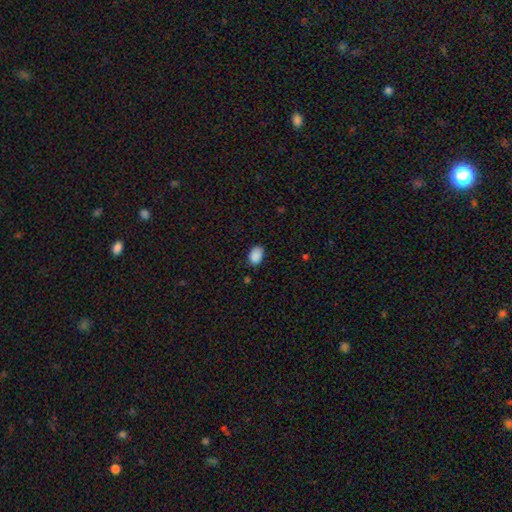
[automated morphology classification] Smooth or featured? smooth (89%)
How rounded? in between (85%)
Merging? none (77%)